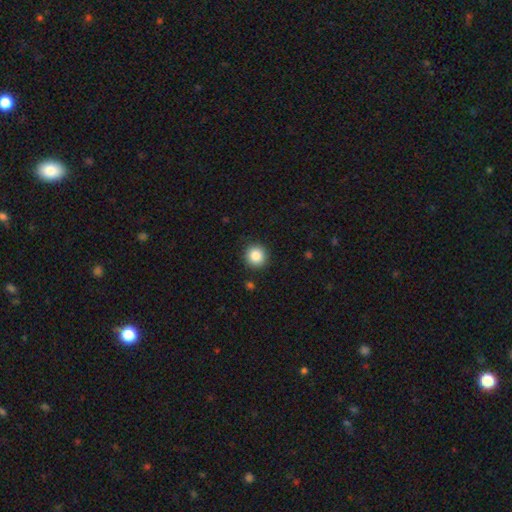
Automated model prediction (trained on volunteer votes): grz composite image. It shows a smooth galaxy with no disk features (85%) that is round (94%). Merging: none (91%).